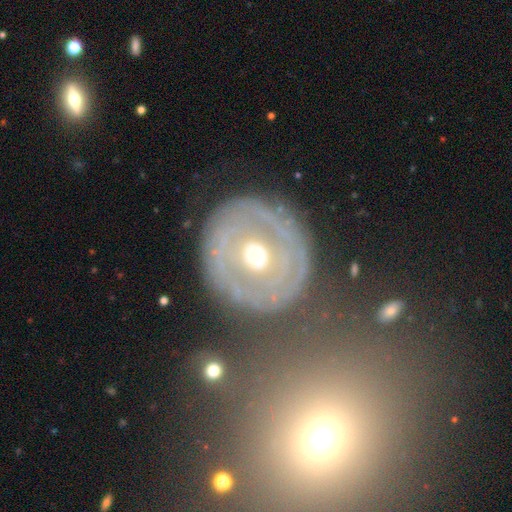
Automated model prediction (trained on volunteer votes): This appears to be a featured or disk galaxy (73%) with no bar (81%), no spiral arms (51%) and a moderate central bulge (61%). Merging: none (74%).